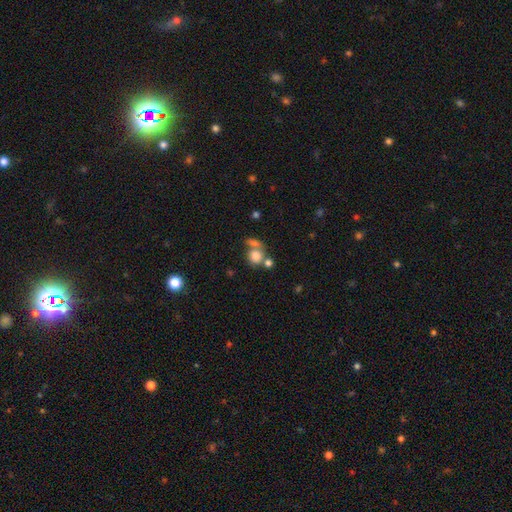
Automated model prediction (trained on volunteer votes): Q: Smooth or featured?
A: smooth (78%); runner-up: star or artifact (11%)
Q: How rounded?
A: round (78%); runner-up: in between (21%)
Q: Merging?
A: none (43%); runner-up: merger (38%)